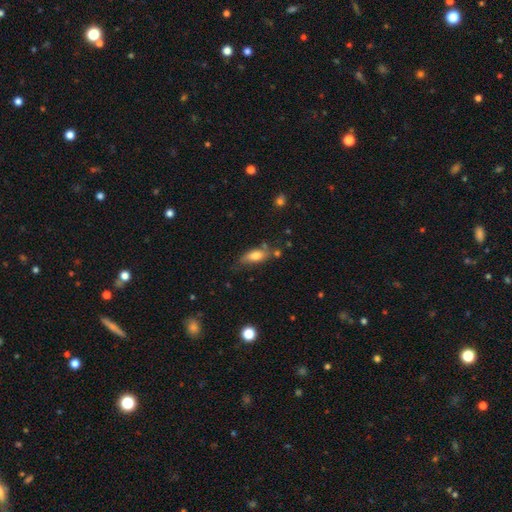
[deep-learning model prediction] smooth 74%, featured or disk 18%, star or artifact 8%. Down the decision tree: how rounded — in between (77%); merging — none (58%).